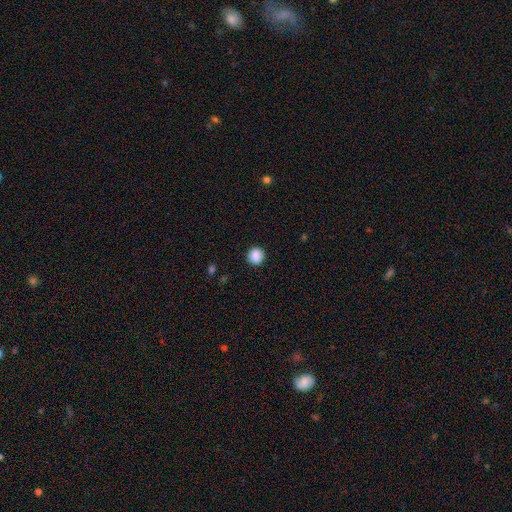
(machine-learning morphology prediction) Smooth or featured? smooth (88%)
How rounded? round (93%)
Merging? none (91%)